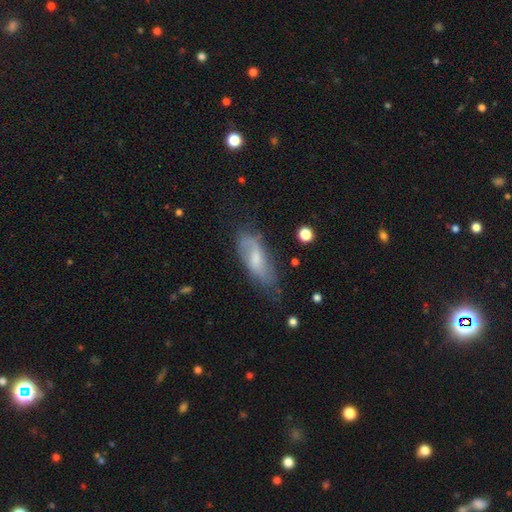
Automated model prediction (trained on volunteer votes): This is possibly a featured or disk galaxy (49%). Merging: likely none (62%).